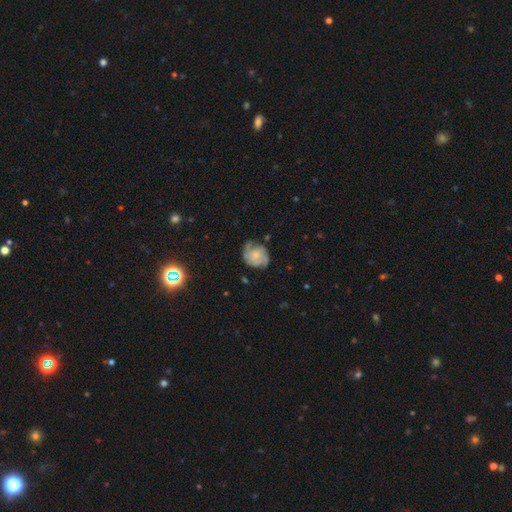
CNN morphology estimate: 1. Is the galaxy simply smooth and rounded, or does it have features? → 61% featured or disk, 31% smooth, 8% star or artifact.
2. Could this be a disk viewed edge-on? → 98% no, 2% yes.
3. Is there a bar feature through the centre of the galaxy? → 80% no, 18% weak, 3% strong.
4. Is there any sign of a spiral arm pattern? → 85% yes, 15% no.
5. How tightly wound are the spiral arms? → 52% tight, 35% medium, 13% loose.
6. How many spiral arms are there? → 35% 2, 31% can't tell, 19% 3, 6% 1, 5% 4, 4% more than 4.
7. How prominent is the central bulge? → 56% small, 30% moderate, 10% none, 3% large, 1% dominant.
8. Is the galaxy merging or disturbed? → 61% none, 26% minor disturbance, 11% major disturbance, 2% merger.